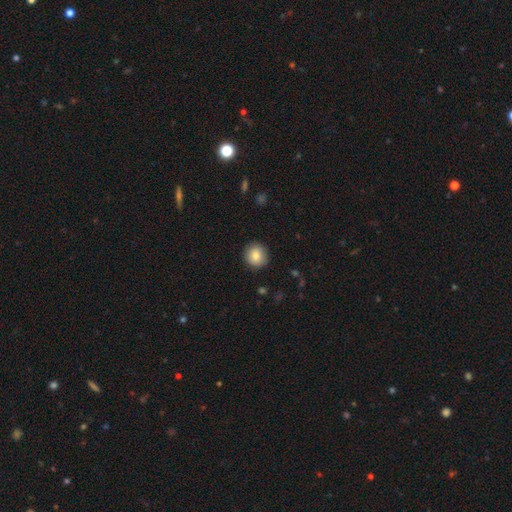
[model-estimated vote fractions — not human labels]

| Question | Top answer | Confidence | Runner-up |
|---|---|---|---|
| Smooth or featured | smooth | 84% | star or artifact (8%) |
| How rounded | round | 92% | in between (7%) |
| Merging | none | 90% | minor disturbance (7%) |